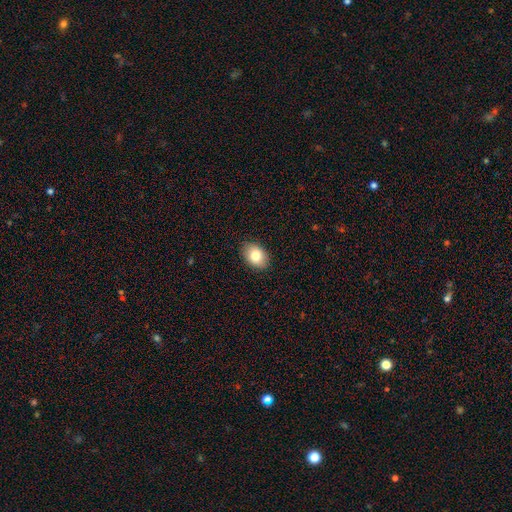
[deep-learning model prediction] Morphology: type=smooth (81%); roundness=in between (79%); merging=none (89%).